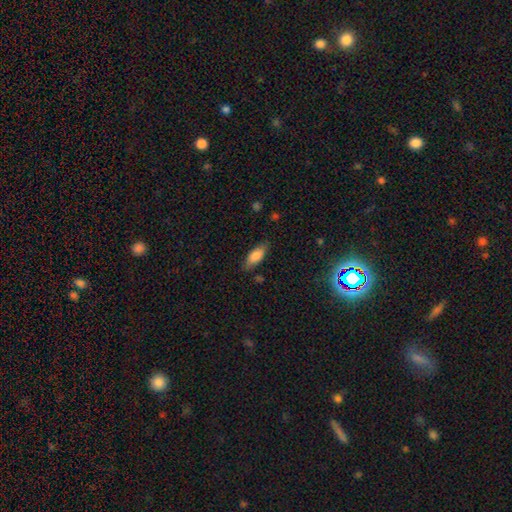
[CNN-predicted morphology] A smooth galaxy with no disk features (81%) that is in between round and cigar-shaped (78%). Merging: none (79%).